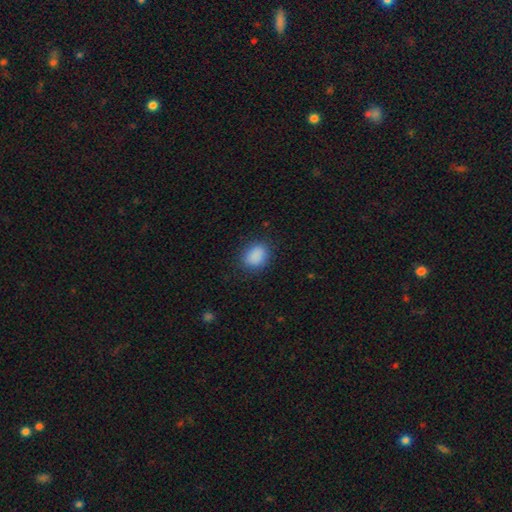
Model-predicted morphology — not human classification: Overall: smooth (88%). How rounded: in between (57%; round 42%). Merging: none (84%).